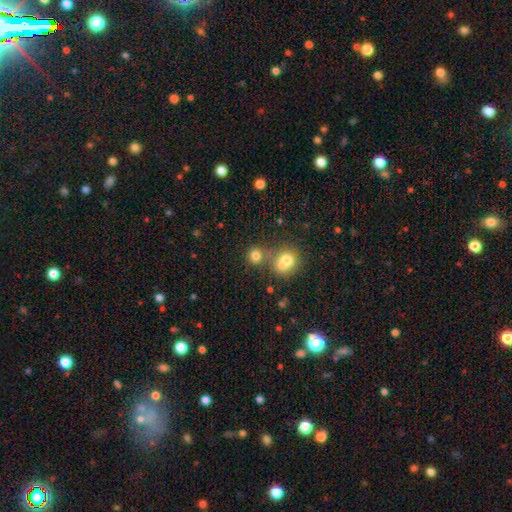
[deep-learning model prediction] A smooth galaxy with no disk features (79%) that is round (83%). Merging: none (57%).